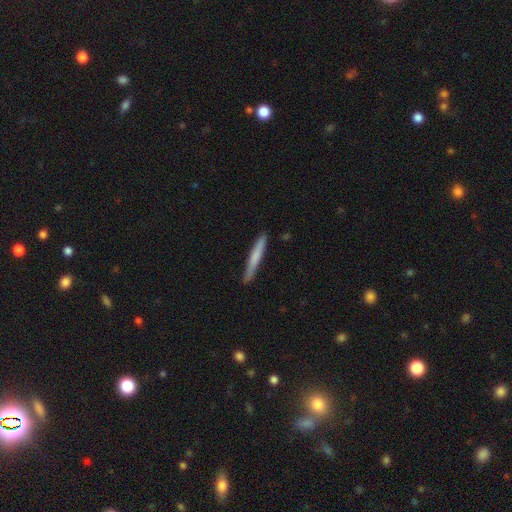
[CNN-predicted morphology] Smooth or featured: smooth — 65% (featured or disk — 29%)
How rounded: cigar-shaped — 96% (in between — 3%)
Merging: none — 87% (minor disturbance — 10%)